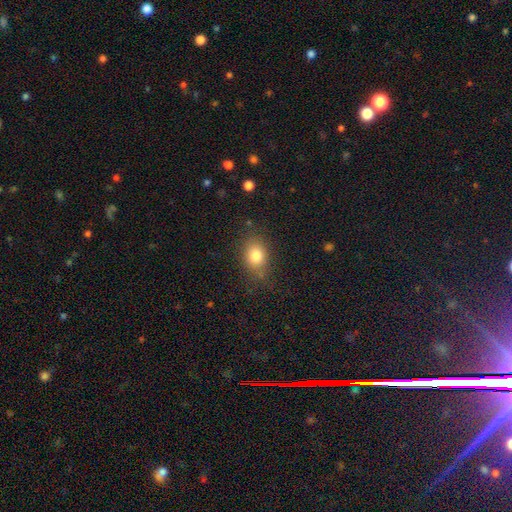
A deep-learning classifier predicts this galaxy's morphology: This is clearly a smooth galaxy (81%). How rounded: likely in between (64%). Merging: likely none (76%).